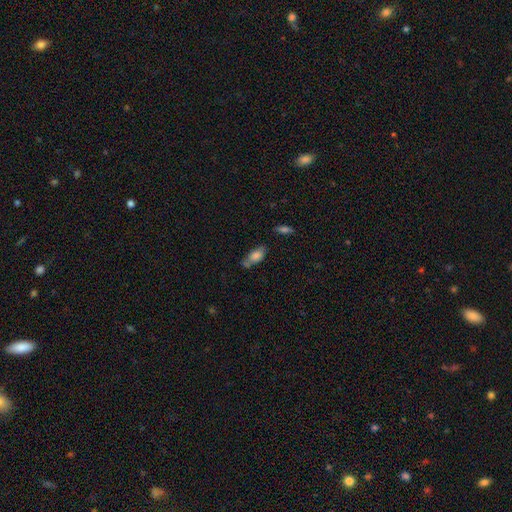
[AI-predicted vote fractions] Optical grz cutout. It shows a smooth galaxy with no disk features (75%) that is in between round and cigar-shaped (86%). Merging: none (47%).